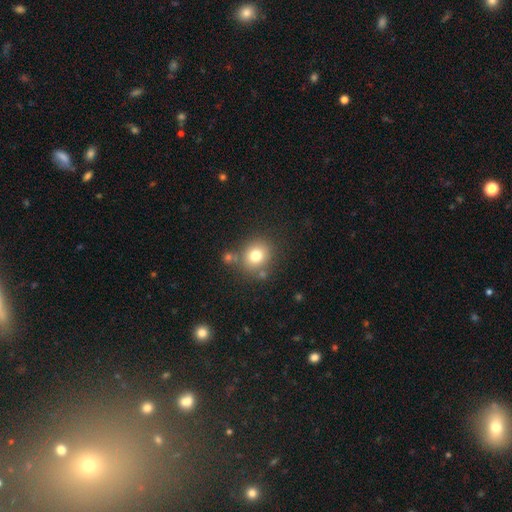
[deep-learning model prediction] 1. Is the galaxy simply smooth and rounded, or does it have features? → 75% smooth, 13% star or artifact, 12% featured or disk.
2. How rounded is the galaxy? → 81% round, 18% in between, 1% cigar-shaped.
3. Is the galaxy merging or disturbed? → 73% none, 12% minor disturbance, 11% merger, 5% major disturbance.